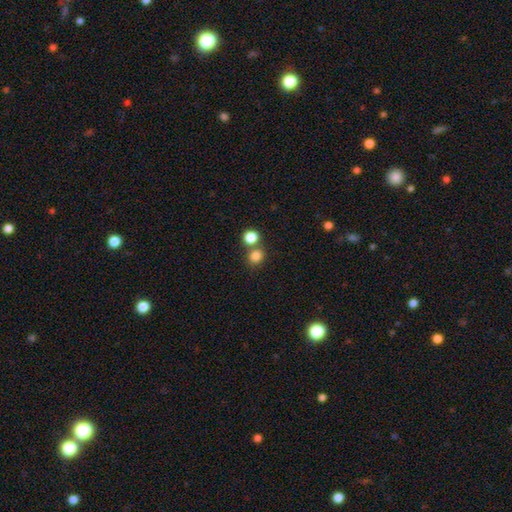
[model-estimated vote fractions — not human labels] Morphology: type=smooth (82%); roundness=round (80%); merging=none (61%).